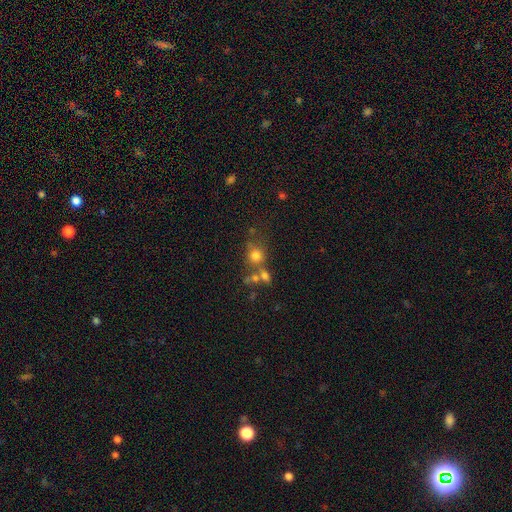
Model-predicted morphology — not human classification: A smooth galaxy with no disk features (71%) that is round (79%).

Vote fractions:
- Smooth or featured? smooth: 71% / star or artifact: 15% / featured or disk: 14%
- How rounded? round: 79% / in between: 20% / cigar-shaped: 1%
- Merging? none: 49% / merger: 30% / minor disturbance: 13% / major disturbance: 9%